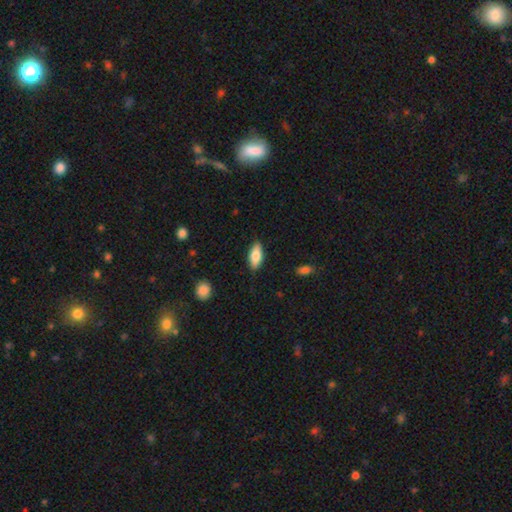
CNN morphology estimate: smooth_or_featured: smooth (p=0.78) [alt: featured or disk p=0.16]
how_rounded: in between (p=0.83) [alt: cigar-shaped p=0.15]
merging: none (p=0.86) [alt: minor disturbance p=0.11]